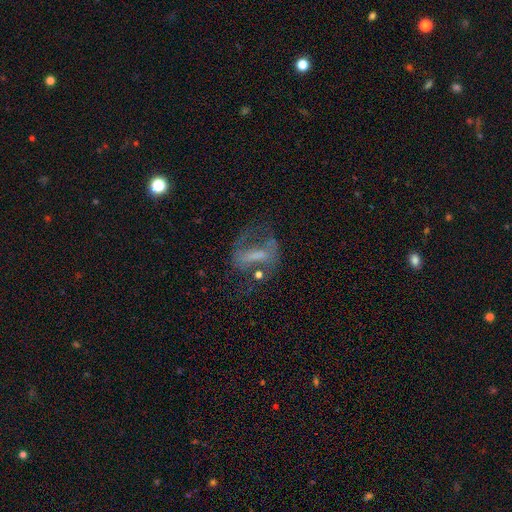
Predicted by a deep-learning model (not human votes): This appears to be a featured or disk galaxy (61%) with a strong bar (44%), spiral arms (53%) and no central bulge (42%). Merging: none (43%).